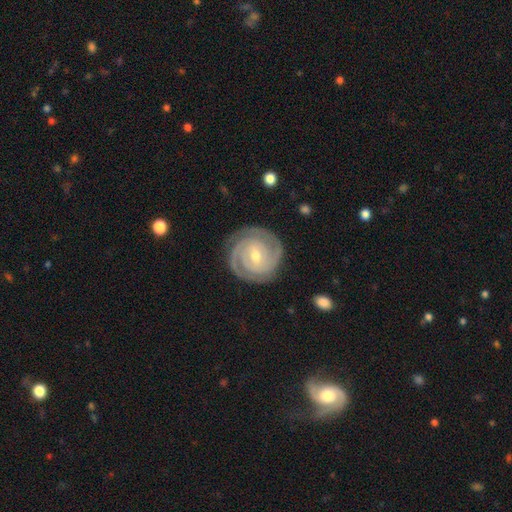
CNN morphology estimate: featured or disk 91%, smooth 5%, star or artifact 4%. Down the decision tree: edge-on disk — no (98%); bar — weak (44%); spiral arms — yes (98%); spiral arm count — 2 (68%); spiral winding — tight (83%); bulge size — moderate (50%); merging — none (85%).